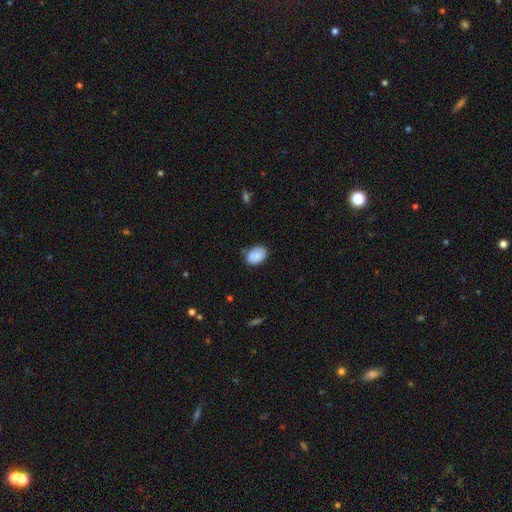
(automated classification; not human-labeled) This is clearly a smooth galaxy (86%). How rounded: clearly in between (84%). Merging: likely none (75%).